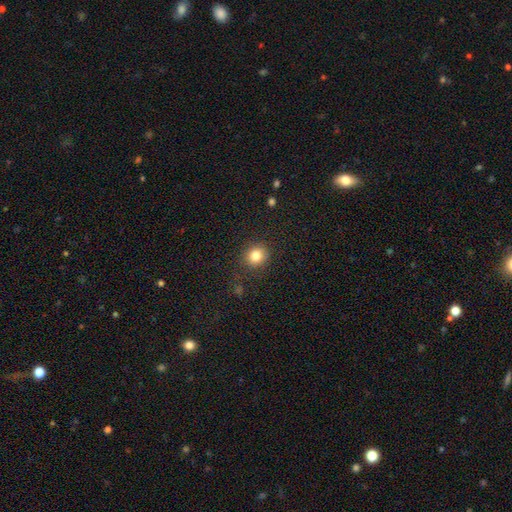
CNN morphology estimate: The model was most divided on "how rounded": round: 82%, in between: 17%, cigar-shaped: 1%. More confident: merging — none (87%); smooth or featured — smooth (82%).